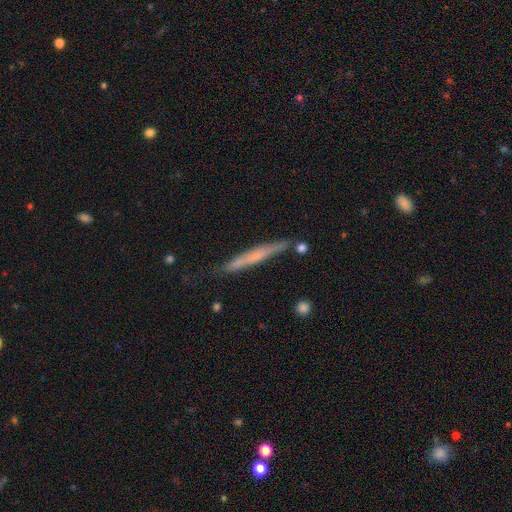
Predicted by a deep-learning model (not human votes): Overall: smooth (50%; featured or disk 44%). Merging: none (74%).